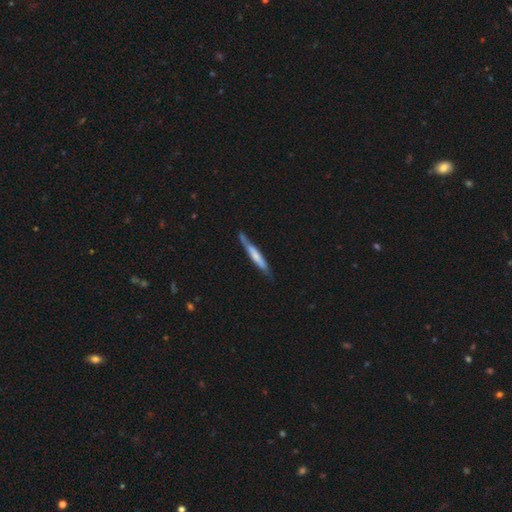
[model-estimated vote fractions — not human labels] Smooth or featured? smooth (56%)
How rounded? cigar-shaped (94%)
Merging? none (72%)